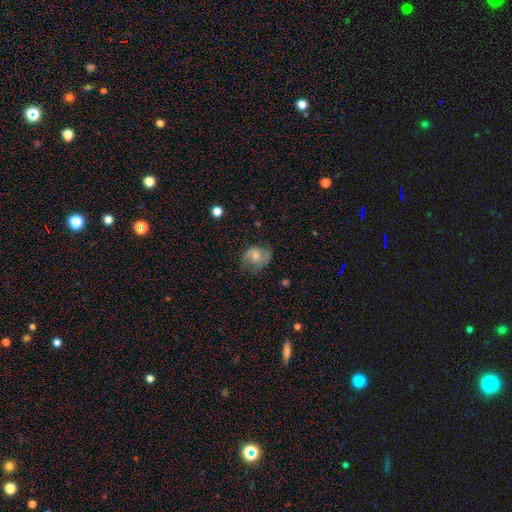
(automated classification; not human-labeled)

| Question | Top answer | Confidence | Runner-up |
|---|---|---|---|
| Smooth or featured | smooth | 48% | featured or disk (43%) |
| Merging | none | 54% | minor disturbance (28%) |